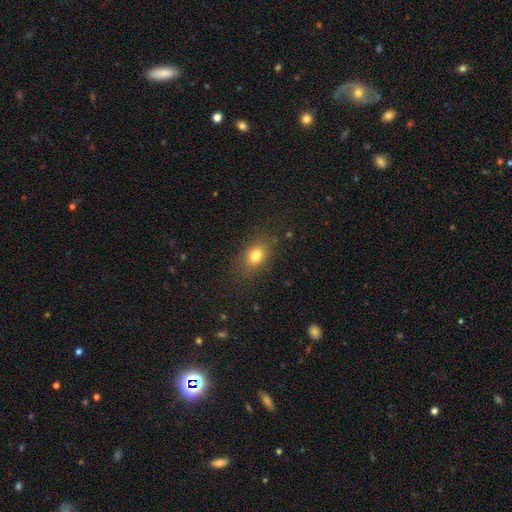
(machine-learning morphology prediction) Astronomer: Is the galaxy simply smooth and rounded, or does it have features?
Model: smooth — 79%.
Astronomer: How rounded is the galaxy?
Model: in between — 65%.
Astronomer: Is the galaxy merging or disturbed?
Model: none — 81%.